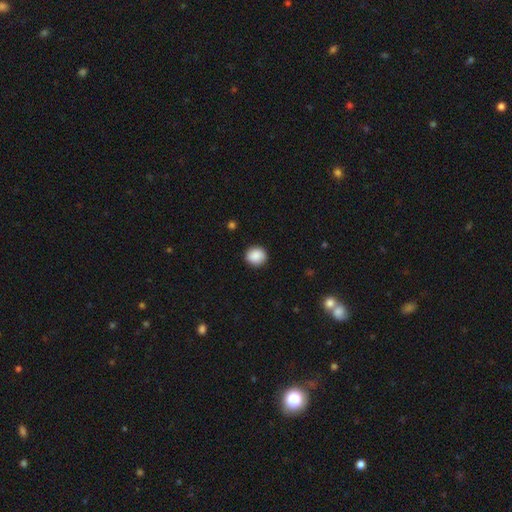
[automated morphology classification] Smooth or featured: smooth — 89% (star or artifact — 8%)
How rounded: round — 85% (in between — 14%)
Merging: none — 90% (minor disturbance — 7%)